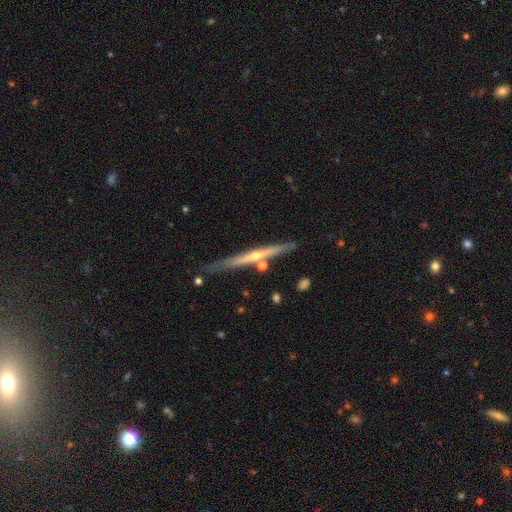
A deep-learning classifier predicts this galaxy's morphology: A featured or disk galaxy (71%) viewed edge-on (96%) with a rounded central bulge (70%).

Vote fractions:
- Smooth or featured? featured or disk: 71% / smooth: 23% / star or artifact: 6%
- Edge-on disk? yes: 96% / no: 4%
- Edge-on bulge? rounded: 70% / none: 27% / boxy: 3%
- Merging? none: 78% / minor disturbance: 13% / merger: 7% / major disturbance: 2%